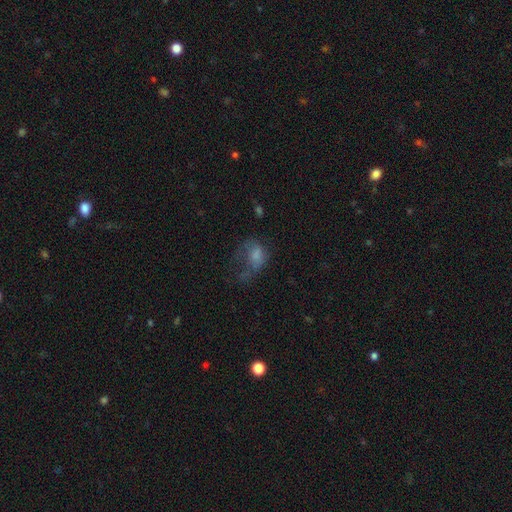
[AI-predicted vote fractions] smooth_or_featured: smooth (p=0.59) [alt: featured or disk p=0.27]
how_rounded: in between (p=0.73) [alt: round p=0.25]
merging: major disturbance (p=0.55) [alt: none p=0.21]